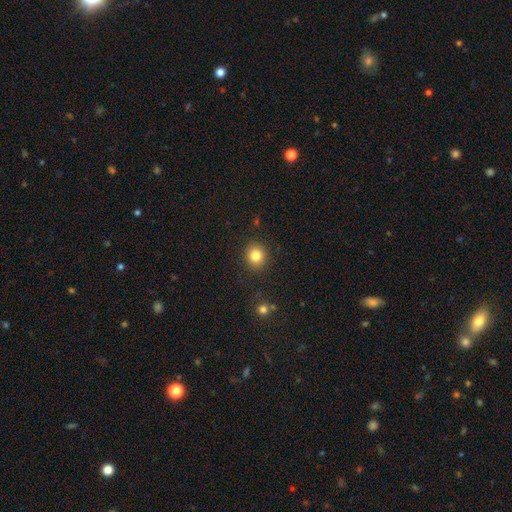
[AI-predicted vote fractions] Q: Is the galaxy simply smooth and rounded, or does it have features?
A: smooth — 83%.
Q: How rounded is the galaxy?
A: round — 84%.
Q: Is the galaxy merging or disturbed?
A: none — 89%.